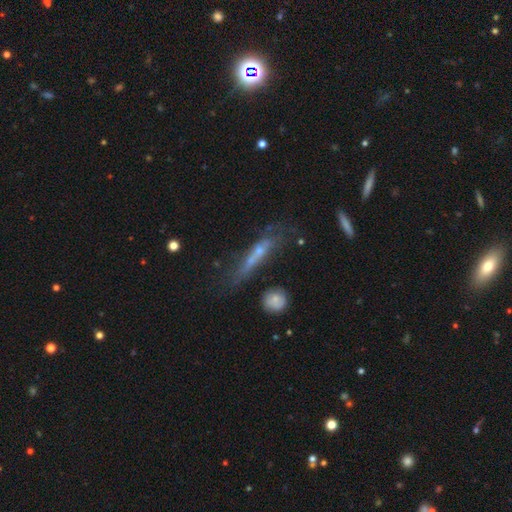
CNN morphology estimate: A featured or disk galaxy (53%) viewed edge-on (62%).

Vote fractions:
- Smooth or featured? featured or disk: 53% / smooth: 34% / star or artifact: 13%
- Edge-on disk? yes: 62% / no: 38%
- Merging? none: 44% / minor disturbance: 24% / major disturbance: 23% / merger: 9%